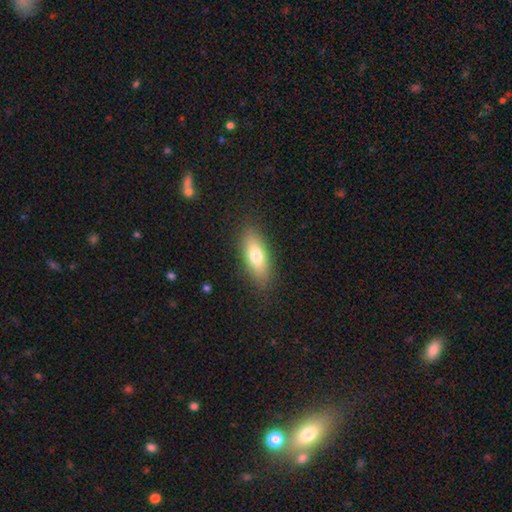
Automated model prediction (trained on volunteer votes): A smooth galaxy with no disk features (73%) that is in between round and cigar-shaped (70%). Merging: none (86%).